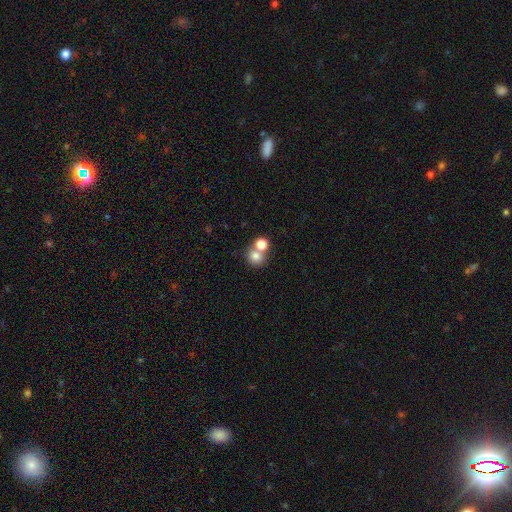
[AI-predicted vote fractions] Smooth or featured: smooth — 78% (star or artifact — 12%)
How rounded: round — 83% (in between — 16%)
Merging: merger — 48% (none — 43%)